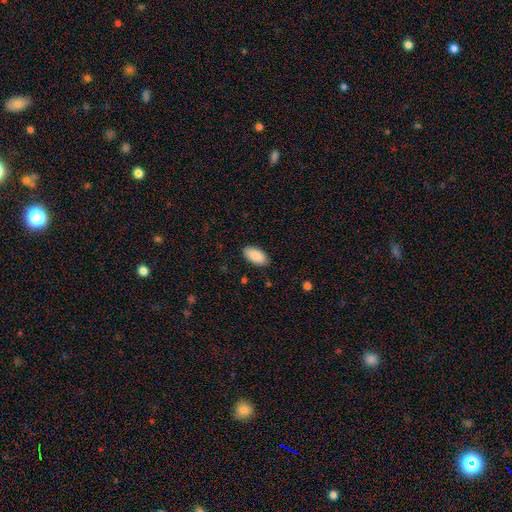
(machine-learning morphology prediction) The model was most divided on "merging": none: 87%, minor disturbance: 10%, major disturbance: 2%, merger: 1%. More confident: how rounded — in between (95%); smooth or featured — smooth (89%).